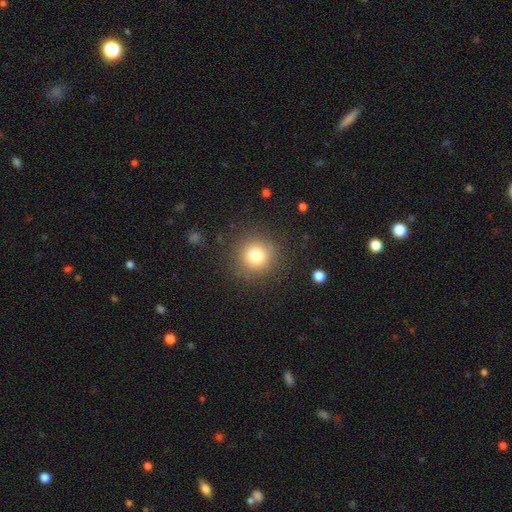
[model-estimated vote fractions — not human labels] The model was most divided on "smooth or featured": smooth: 77%, star or artifact: 13%, featured or disk: 9%. More confident: how rounded — round (94%); merging — none (87%).